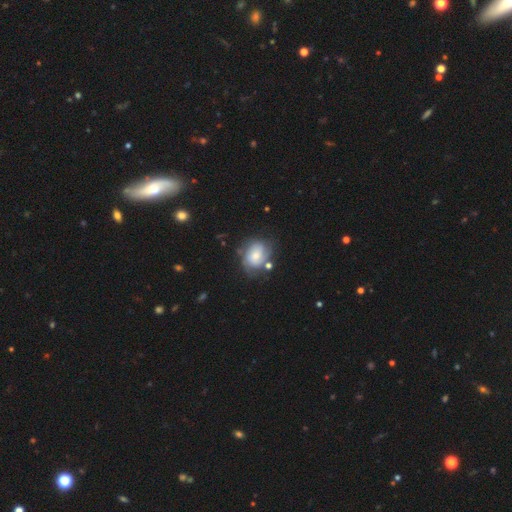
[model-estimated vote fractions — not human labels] featured or disk 48%, smooth 43%, star or artifact 9%. Down the decision tree: merging — none (57%).